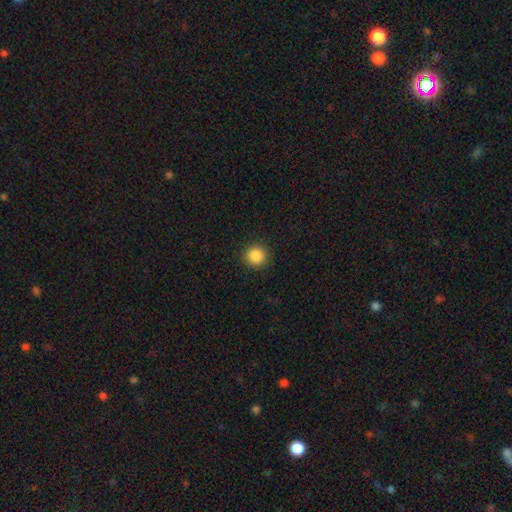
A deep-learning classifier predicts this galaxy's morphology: A smooth galaxy with no disk features (86%) that is round (95%). Merging: none (92%).